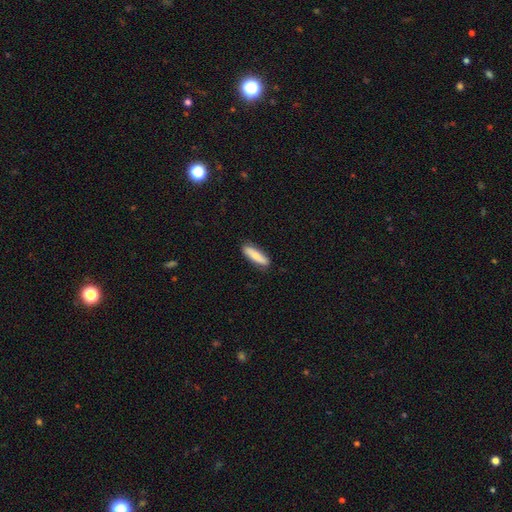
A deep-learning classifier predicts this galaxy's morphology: Overall: smooth (74%). How rounded: cigar-shaped (65%; in between 34%). Merging: none (86%).